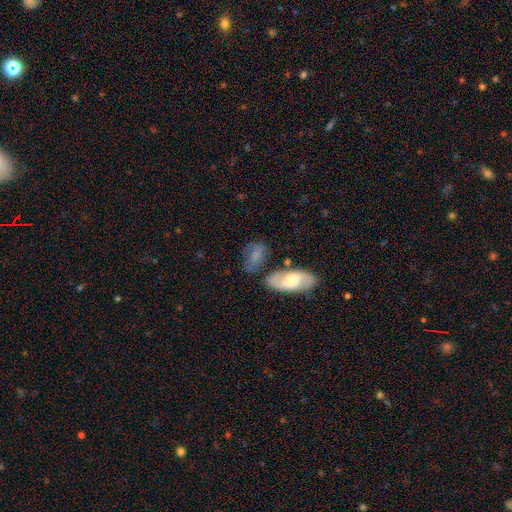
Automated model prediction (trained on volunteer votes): Smooth or featured: smooth — 61% (featured or disk — 29%)
How rounded: in between — 84% (round — 10%)
Merging: none — 51% (minor disturbance — 23%)